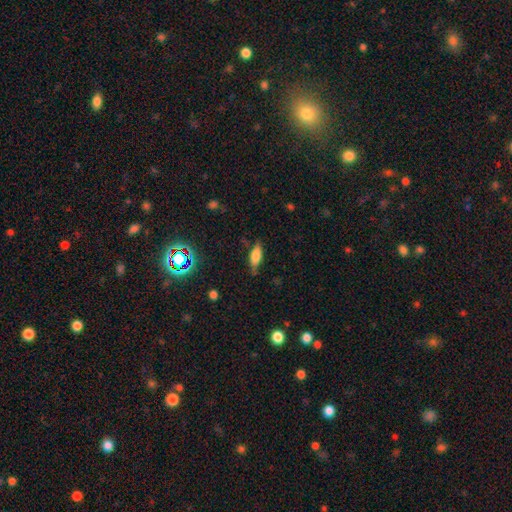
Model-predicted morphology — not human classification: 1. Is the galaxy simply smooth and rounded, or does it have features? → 64% smooth, 24% featured or disk, 12% star or artifact.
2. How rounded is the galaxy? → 63% in between, 34% cigar-shaped, 3% round.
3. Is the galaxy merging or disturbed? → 74% none, 20% minor disturbance, 5% major disturbance, 2% merger.